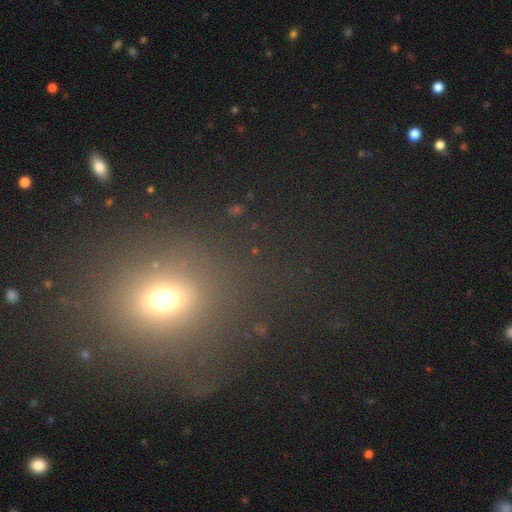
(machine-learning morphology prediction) Overall: smooth (50%; star or artifact 40%). Merging: none (80%).